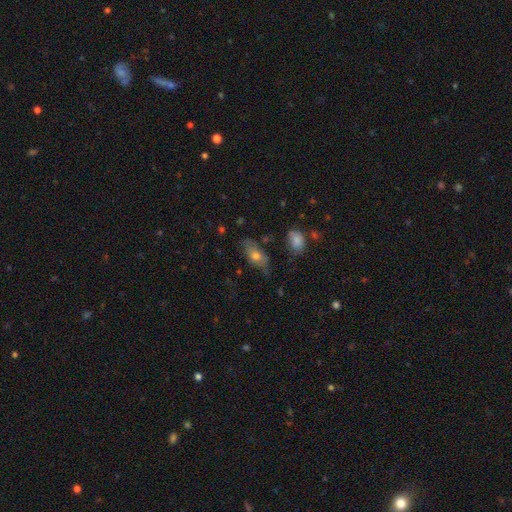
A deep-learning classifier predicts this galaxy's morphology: This is likely a smooth galaxy (63%). How rounded: clearly in between (82%). Merging: likely none (62%).